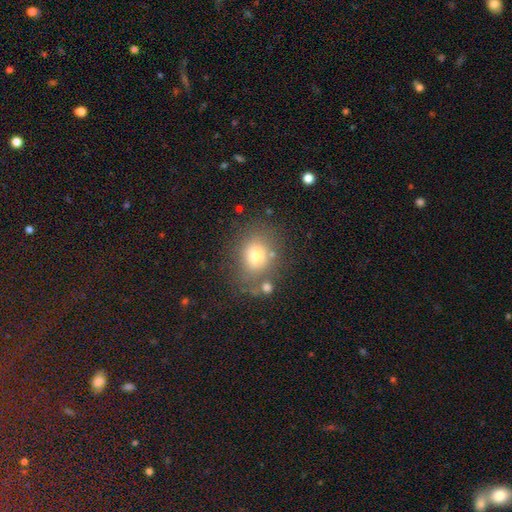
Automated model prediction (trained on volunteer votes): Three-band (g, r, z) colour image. It shows a smooth galaxy with no disk features (73%) that is round (60%). Merging: none (70%).